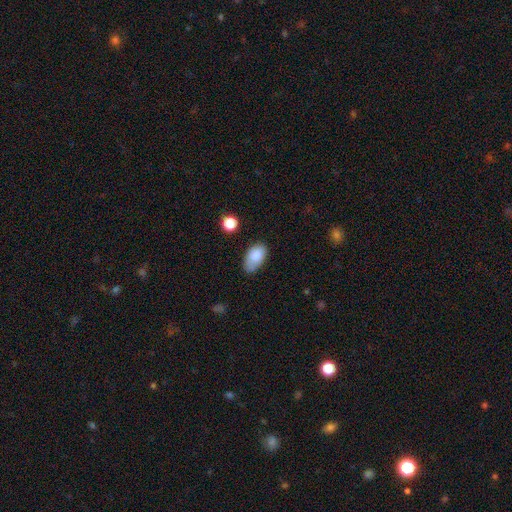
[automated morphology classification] smooth 84%, featured or disk 8%, star or artifact 8%. Down the decision tree: how rounded — in between (93%); merging — none (61%).